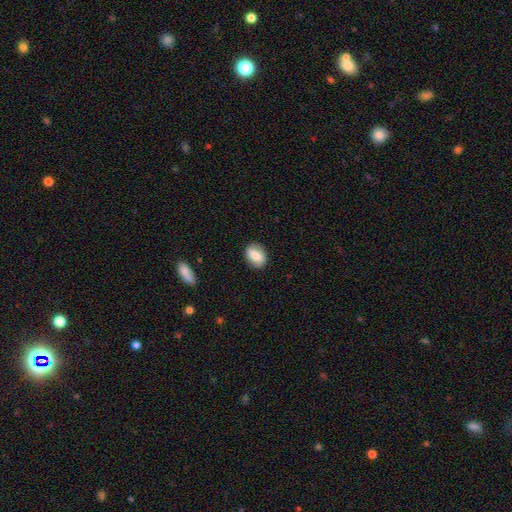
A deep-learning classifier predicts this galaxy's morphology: smooth-or-featured: smooth: 71% | featured or disk: 22% | star or artifact: 7%
  how-rounded: in between: 66% | round: 32% | cigar-shaped: 2%
  merging: none: 85% | minor disturbance: 11% | major disturbance: 3% | merger: 1%